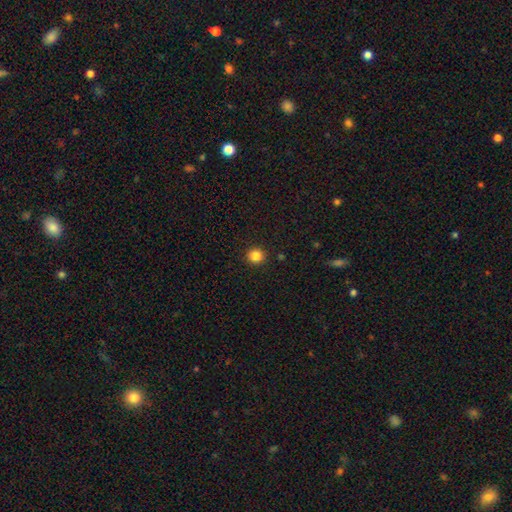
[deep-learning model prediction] Smooth or featured? smooth (84%)
How rounded? round (91%)
Merging? none (92%)